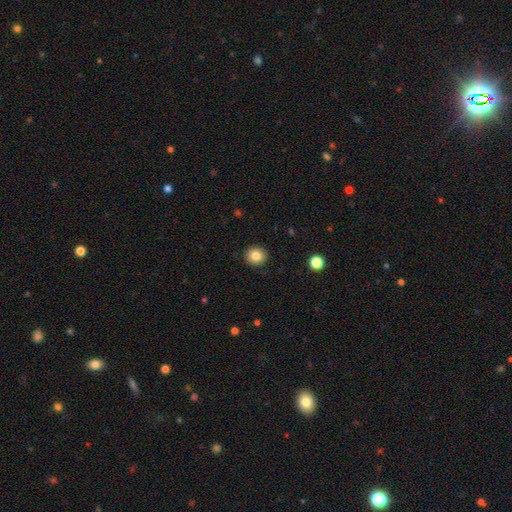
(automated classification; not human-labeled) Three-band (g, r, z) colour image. It shows a smooth galaxy with no disk features (82%) that is round (88%). Merging: none (92%).